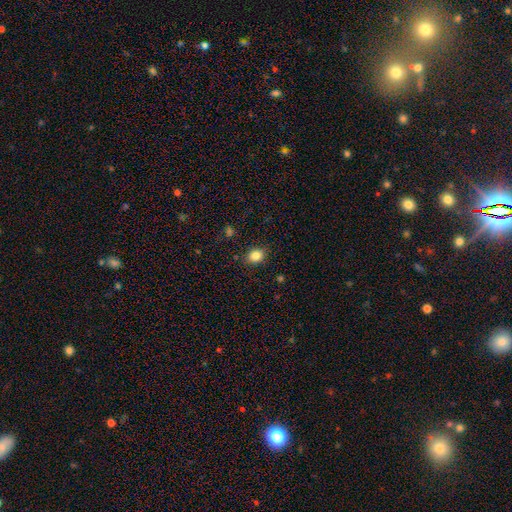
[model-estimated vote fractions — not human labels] This appears to be a smooth galaxy with no disk features (84%) that is round (51%). Merging: none (86%).